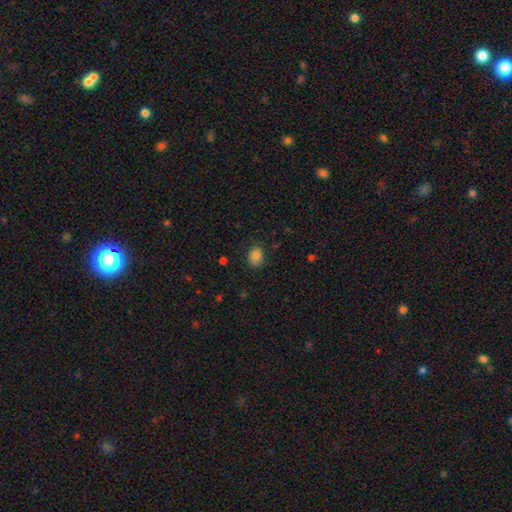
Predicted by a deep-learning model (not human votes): A smooth galaxy with no disk features (82%) that is in between round and cigar-shaped (68%).

Vote fractions:
- Smooth or featured? smooth: 82% / star or artifact: 10% / featured or disk: 8%
- How rounded? in between: 68% / round: 31% / cigar-shaped: 1%
- Merging? none: 79% / minor disturbance: 16% / major disturbance: 4% / merger: 1%